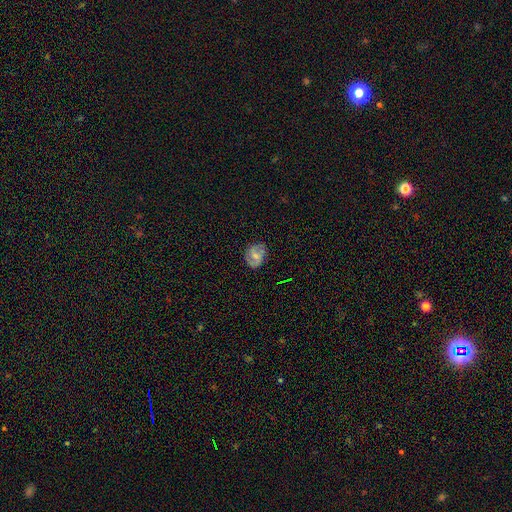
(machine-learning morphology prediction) Overall: featured or disk (63%; smooth 29%). Edge-on disk: no (97%). Bar: weak (51%; no 31%). Spiral arms: yes (89%). Spiral arm count: 2 (84%). Spiral winding: medium (47%; tight 29%). Bulge size: small (50%; moderate 38%). Merging: none (78%).